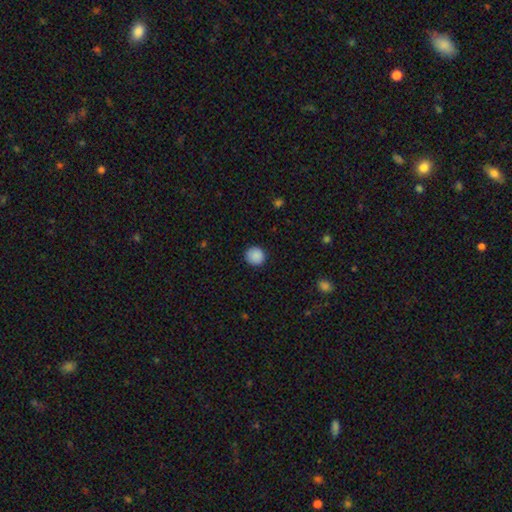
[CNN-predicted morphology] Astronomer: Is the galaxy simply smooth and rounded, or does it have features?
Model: smooth — 89%.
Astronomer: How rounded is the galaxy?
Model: round — 93%.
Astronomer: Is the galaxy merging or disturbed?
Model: none — 91%.